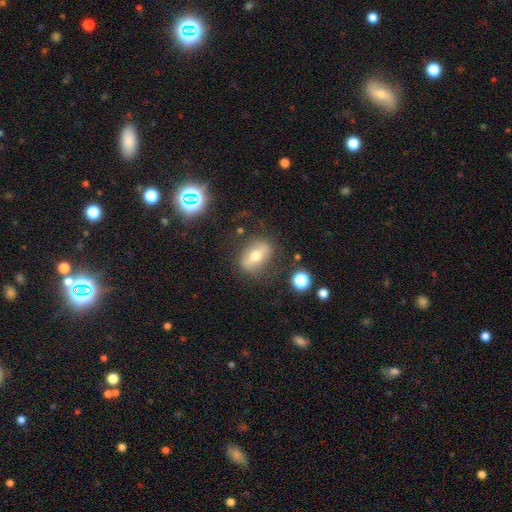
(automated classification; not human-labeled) Overall: featured or disk (49%; smooth 41%). Merging: none (78%).